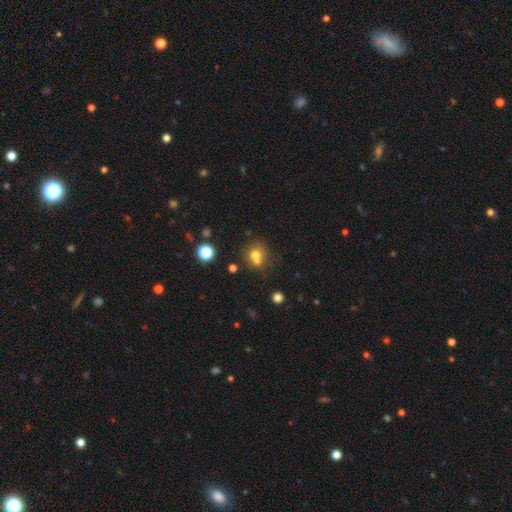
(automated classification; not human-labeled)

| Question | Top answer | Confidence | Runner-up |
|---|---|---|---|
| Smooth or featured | smooth | 69% | star or artifact (16%) |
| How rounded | round | 79% | in between (21%) |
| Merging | none | 45% | merger (41%) |